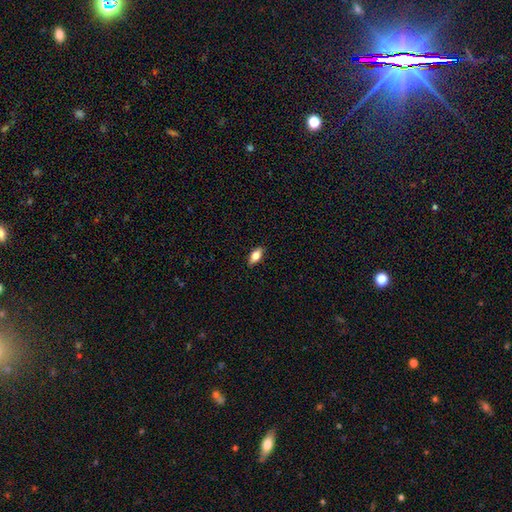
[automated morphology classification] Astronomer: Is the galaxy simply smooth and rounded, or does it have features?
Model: smooth — 74%.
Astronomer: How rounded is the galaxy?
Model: in between — 85%.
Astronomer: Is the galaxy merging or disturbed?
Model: none — 87%.